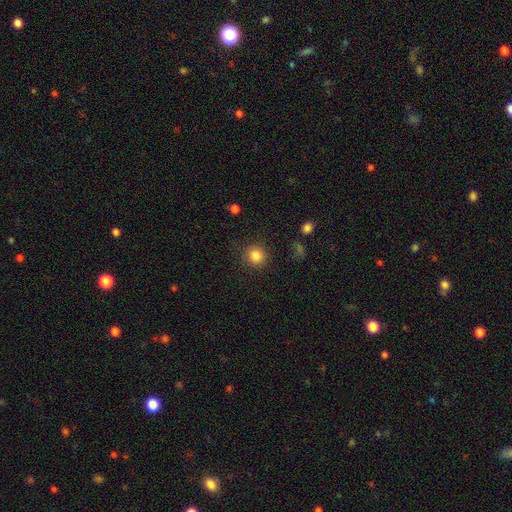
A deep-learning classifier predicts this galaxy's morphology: The model was most divided on "smooth or featured": smooth: 84%, star or artifact: 11%, featured or disk: 5%. More confident: how rounded — round (92%); merging — none (88%).